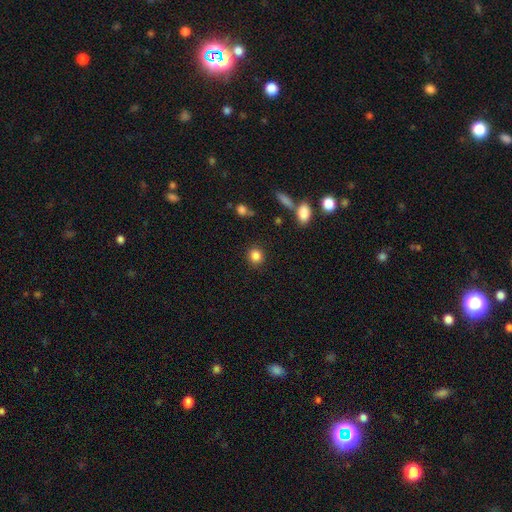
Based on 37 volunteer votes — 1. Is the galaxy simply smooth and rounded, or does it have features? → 92% smooth, 8% featured or disk, 0% star or artifact.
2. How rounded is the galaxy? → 91% round, 9% in between, 0% cigar-shaped.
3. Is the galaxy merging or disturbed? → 92% none, 5% major disturbance, 3% minor disturbance, 0% merger.